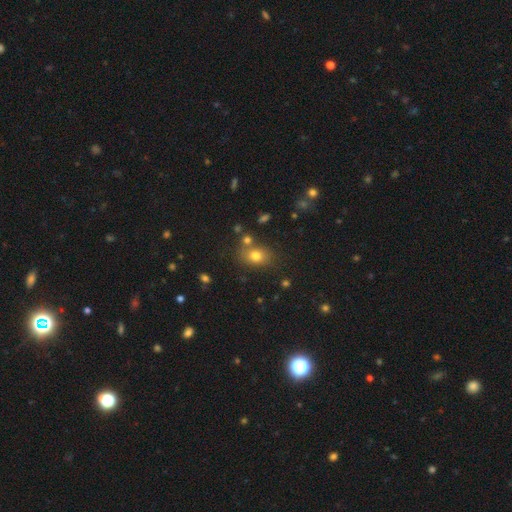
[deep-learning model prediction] Smooth or featured? smooth (76%)
How rounded? in between (61%)
Merging? none (72%)